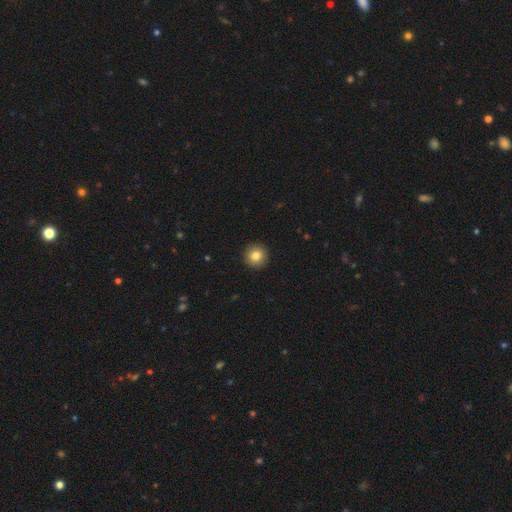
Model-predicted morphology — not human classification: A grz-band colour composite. It shows a smooth galaxy with no disk features (83%) that is round (95%). Merging: none (93%).